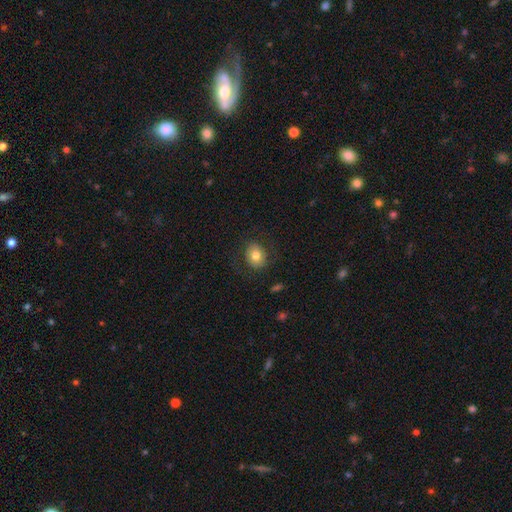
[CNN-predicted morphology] Smooth or featured? Predicted: smooth (p=0.75). How rounded? Predicted: round (p=0.54). Merging? Predicted: none (p=0.79).